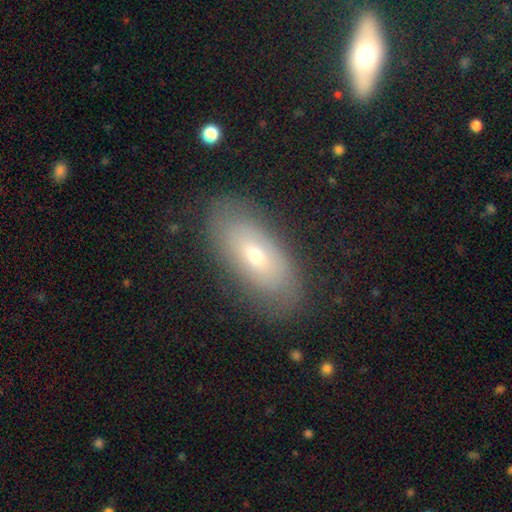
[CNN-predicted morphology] type=smooth (49%); merging=none (82%).